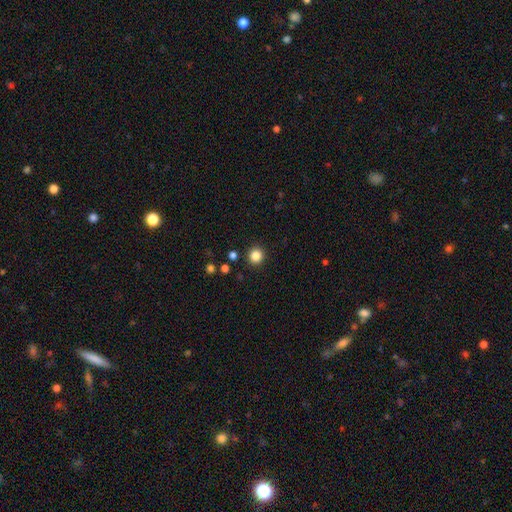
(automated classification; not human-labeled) Smooth or featured? Predicted: smooth (p=0.85). How rounded? Predicted: round (p=0.92). Merging? Predicted: none (p=0.92).